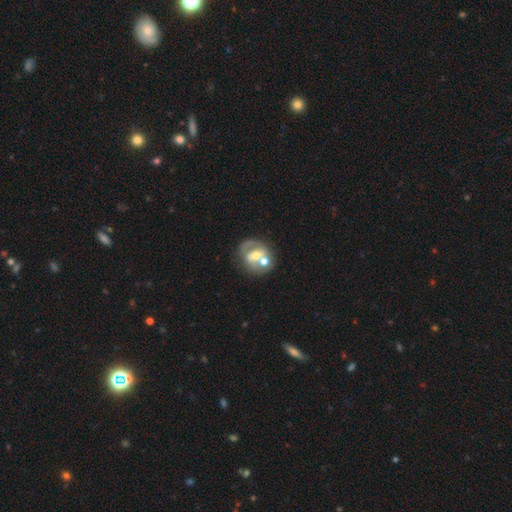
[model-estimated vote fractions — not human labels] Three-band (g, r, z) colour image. It shows a featured or disk galaxy (62%) with no bar (47%), no spiral arms (60%) and a moderate central bulge (62%). Merging: none (41%).